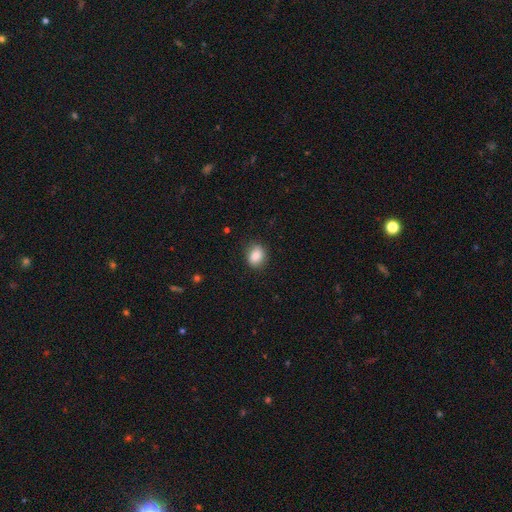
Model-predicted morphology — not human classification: This appears to be a smooth galaxy with no disk features (84%) that is in between round and cigar-shaped (50%). Merging: none (84%).